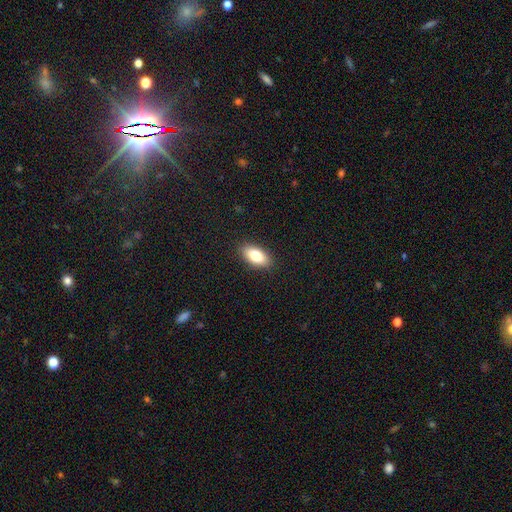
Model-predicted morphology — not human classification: This appears to be a smooth galaxy with no disk features (82%) that is in between round and cigar-shaped (91%). Merging: none (89%).